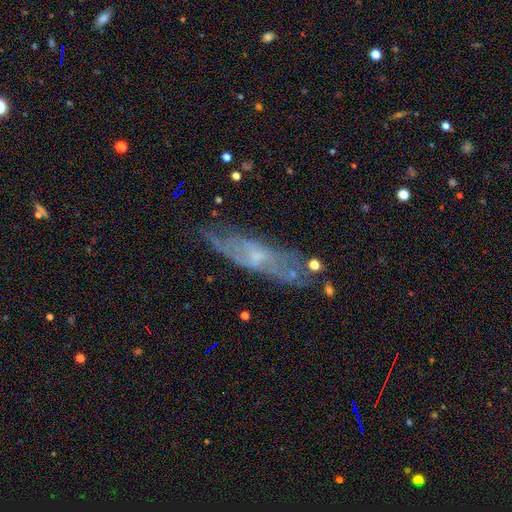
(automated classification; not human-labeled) Overall: featured or disk (61%; smooth 29%). Edge-on disk: no (58%; yes 42%). Merging: none (61%; minor disturbance 23%).